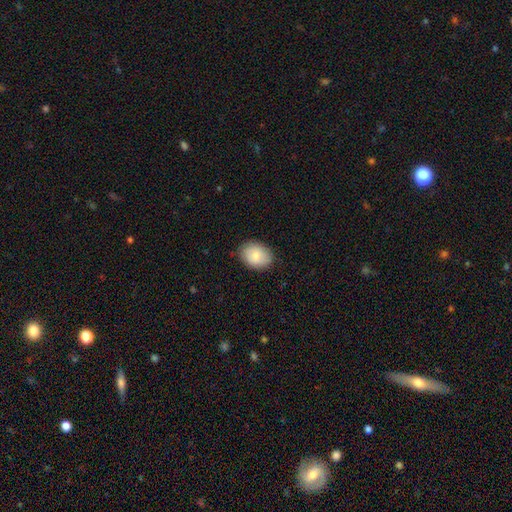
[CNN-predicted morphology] This is likely a smooth galaxy (79%). How rounded: likely in between (69%). Merging: clearly none (83%).